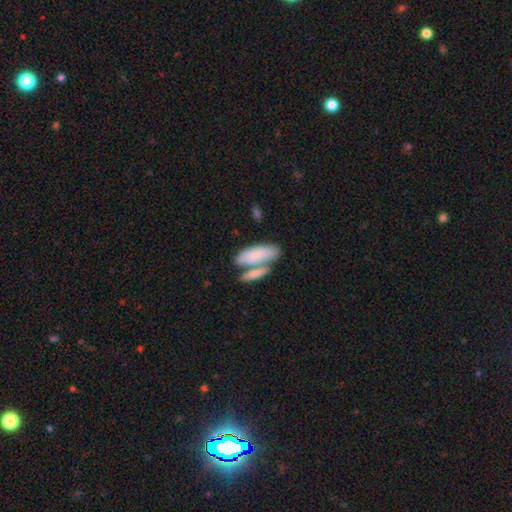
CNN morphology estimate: Smooth or featured: smooth — 78% (featured or disk — 17%)
How rounded: in between — 72% (cigar-shaped — 26%)
Merging: merger — 45% (none — 38%)